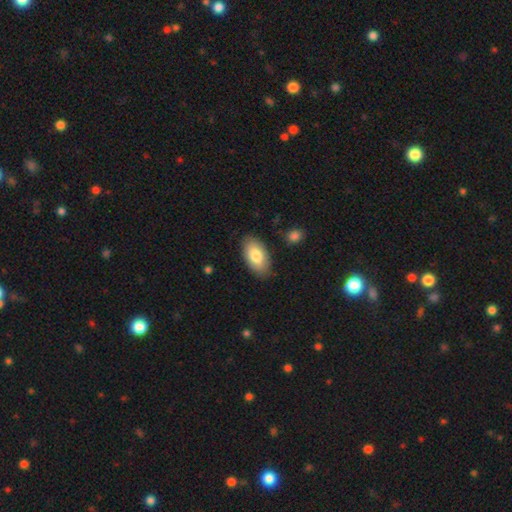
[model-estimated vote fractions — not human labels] This is likely a smooth galaxy (79%). How rounded: clearly in between (94%). Merging: clearly none (85%).